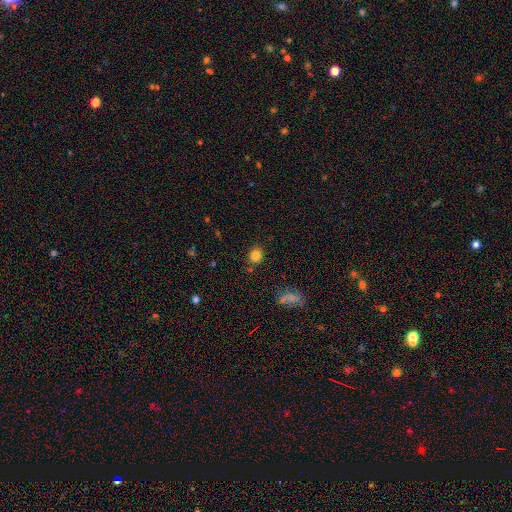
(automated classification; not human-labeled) This is clearly a smooth galaxy (82%). How rounded: likely round (68%). Merging: clearly none (83%).